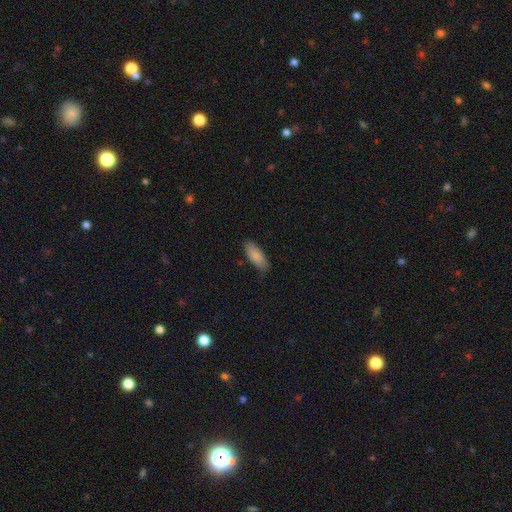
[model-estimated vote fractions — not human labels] smooth-or-featured: smooth: 87% | featured or disk: 7% | star or artifact: 6%
  how-rounded: in between: 73% | cigar-shaped: 25% | round: 2%
  merging: none: 82% | minor disturbance: 14% | major disturbance: 3% | merger: 1%